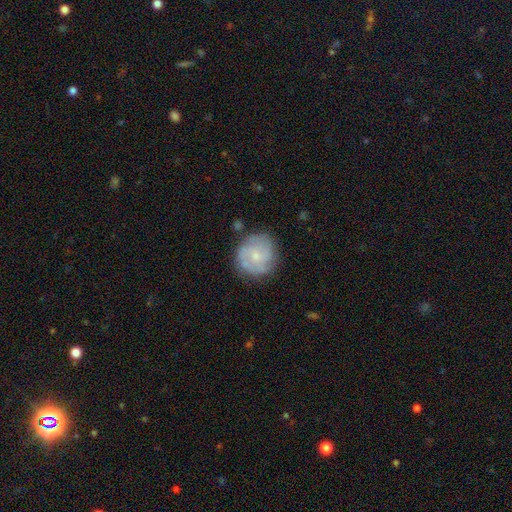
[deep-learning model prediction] This is likely a featured or disk galaxy (60%). It is clearly not viewed edge-on (98%). Bar: likely no (74%). Spiral arm pattern: clearly yes (84%). Central bulge: likely small (65%). Merging: likely none (76%).